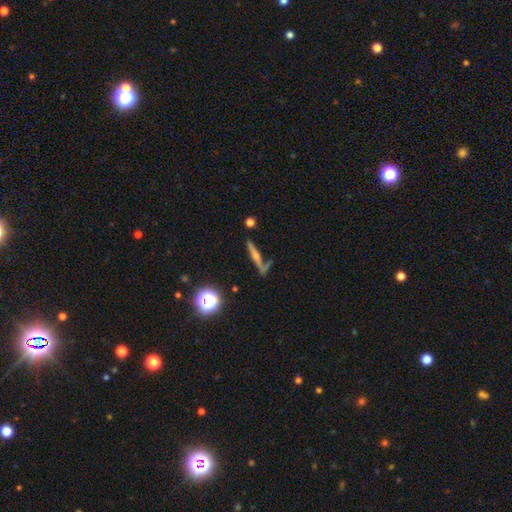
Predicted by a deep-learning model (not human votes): smooth-or-featured: featured or disk: 60% | smooth: 22% | star or artifact: 18%
  disk-edge-on: yes: 84% | no: 16%
    edge-on-bulge: rounded: 76% | none: 16% | boxy: 7%
  merging: none: 67% | minor disturbance: 16% | merger: 9% | major disturbance: 8%